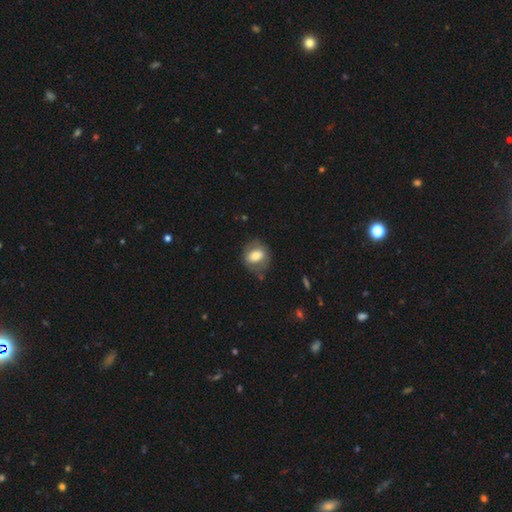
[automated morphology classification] smooth_or_featured: smooth (p=0.62) [alt: featured or disk p=0.30]
how_rounded: in between (p=0.56) [alt: round p=0.42]
merging: none (p=0.69) [alt: minor disturbance p=0.19]